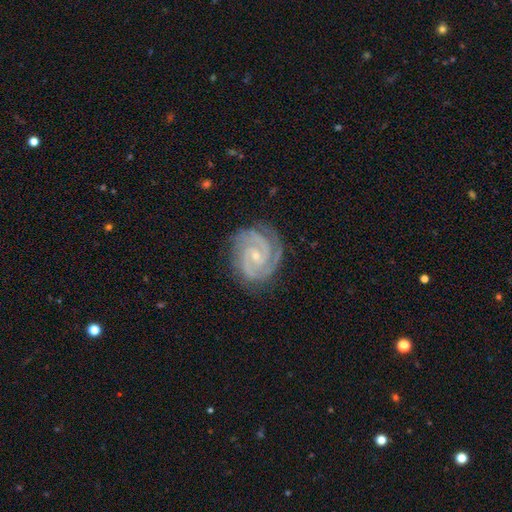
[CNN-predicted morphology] type=featured or disk (92%); edge-on=no (98%); bar=no (53%); spiral arms=yes (99%); winding=tight (71%); arm count=2 (57%); bulge=small (74%); merging=none (80%).